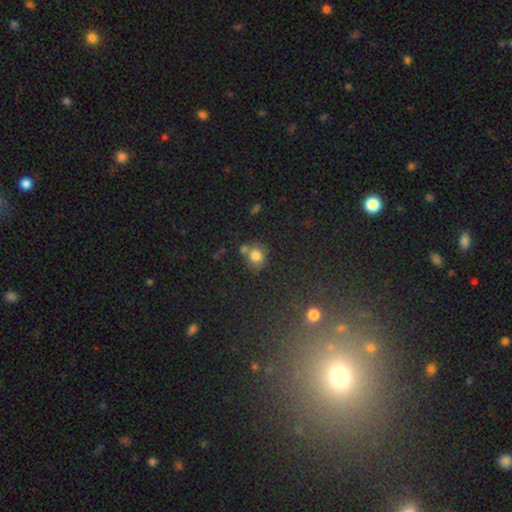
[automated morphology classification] Smooth or featured? smooth (76%)
How rounded? round (79%)
Merging? none (51%)